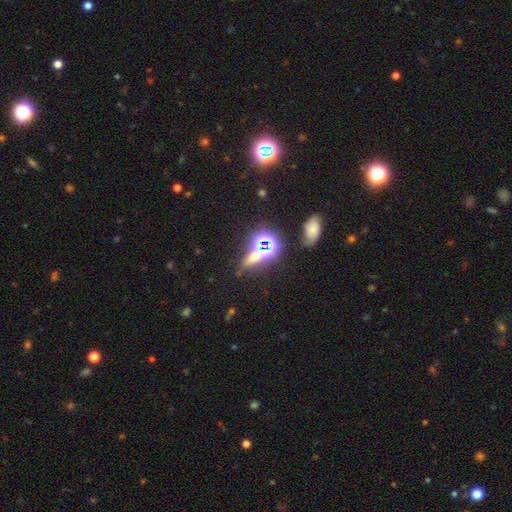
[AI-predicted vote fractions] A star or artifact, not a galaxy (48%).